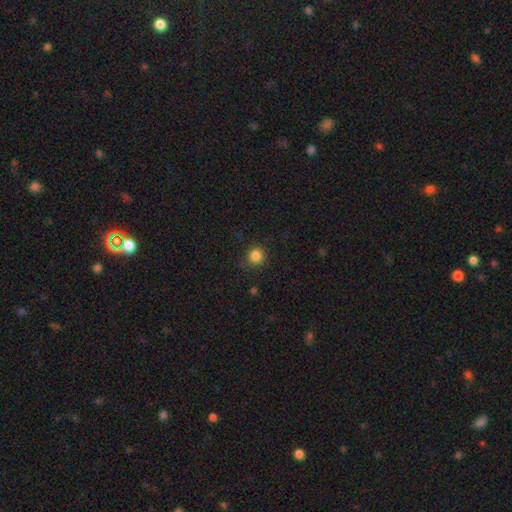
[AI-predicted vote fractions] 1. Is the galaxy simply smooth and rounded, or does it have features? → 84% smooth, 12% star or artifact, 4% featured or disk.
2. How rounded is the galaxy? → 93% round, 6% in between, 1% cigar-shaped.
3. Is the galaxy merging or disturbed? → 87% none, 9% minor disturbance, 3% major disturbance, 1% merger.